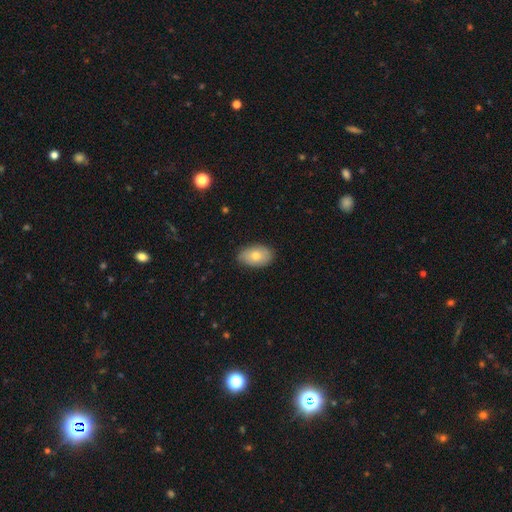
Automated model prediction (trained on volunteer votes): smooth_or_featured: smooth (p=0.71) [alt: featured or disk p=0.22]
how_rounded: in between (p=0.90) [alt: round p=0.09]
merging: none (p=0.83) [alt: minor disturbance p=0.13]